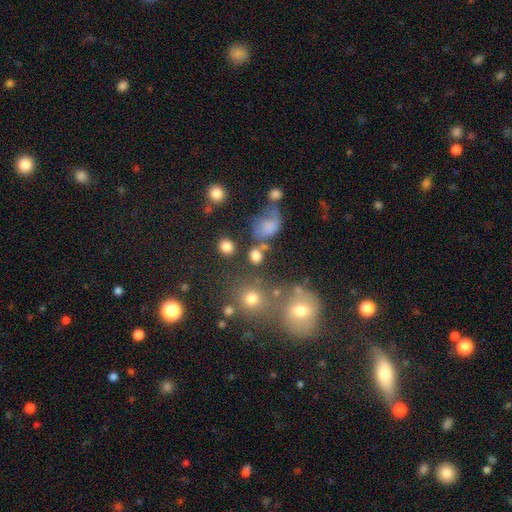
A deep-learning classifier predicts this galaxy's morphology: smooth-or-featured: smooth: 75% | star or artifact: 15% | featured or disk: 10%
  how-rounded: round: 65% | in between: 33% | cigar-shaped: 2%
  merging: none: 58% | merger: 20% | minor disturbance: 13% | major disturbance: 9%